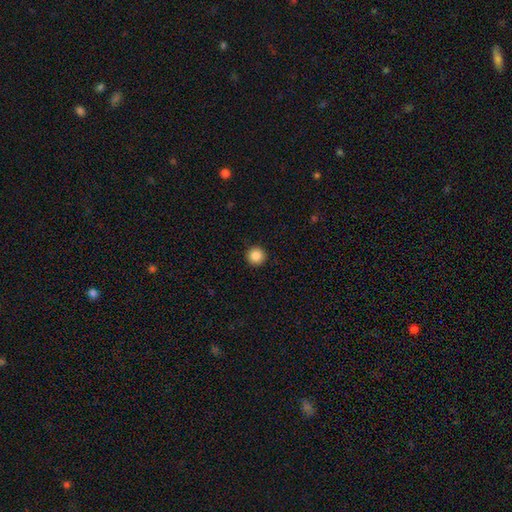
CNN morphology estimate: Q: Smooth or featured?
A: smooth (88%); runner-up: star or artifact (9%)
Q: How rounded?
A: round (96%); runner-up: in between (3%)
Q: Merging?
A: none (94%); runner-up: minor disturbance (4%)